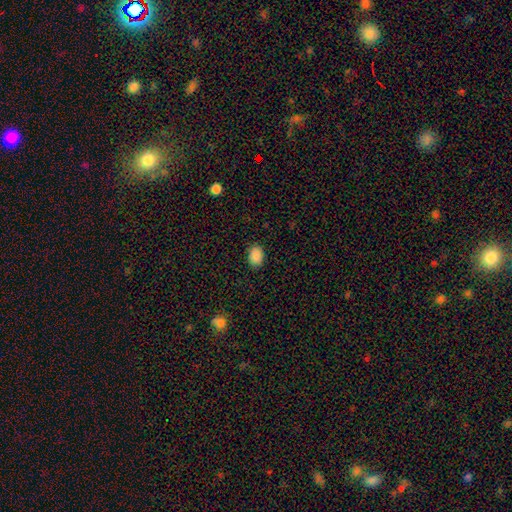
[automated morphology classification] A smooth galaxy with no disk features (88%) that is in between round and cigar-shaped (76%).

Vote fractions:
- Smooth or featured? smooth: 88% / star or artifact: 9% / featured or disk: 3%
- How rounded? in between: 76% / round: 23% / cigar-shaped: 1%
- Merging? none: 87% / minor disturbance: 9% / major disturbance: 2% / merger: 1%